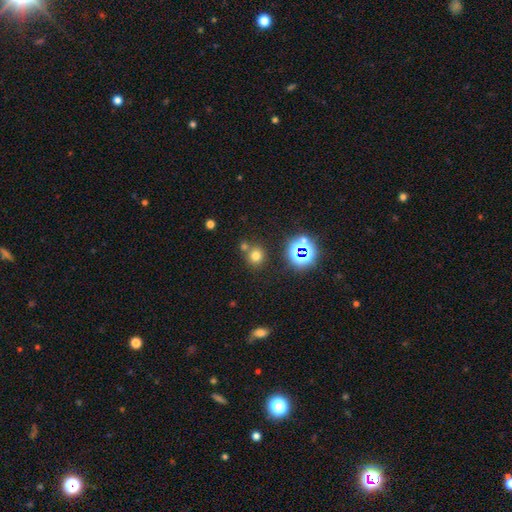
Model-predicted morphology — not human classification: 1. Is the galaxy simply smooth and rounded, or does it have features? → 69% smooth, 23% star or artifact, 8% featured or disk.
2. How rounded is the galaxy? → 87% round, 12% in between, 1% cigar-shaped.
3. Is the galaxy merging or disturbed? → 67% none, 21% merger, 9% minor disturbance, 3% major disturbance.